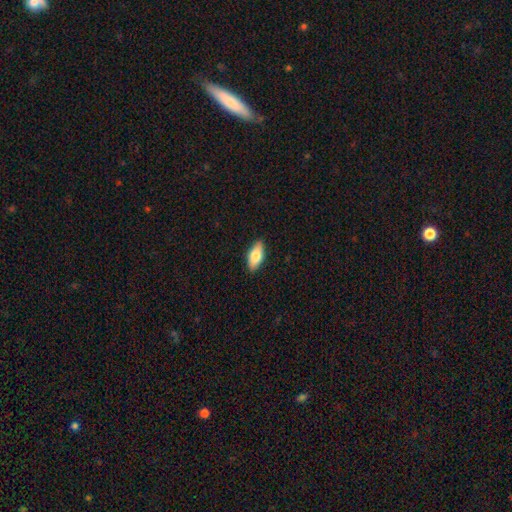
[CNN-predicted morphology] type=smooth (76%); roundness=in between (86%); merging=none (89%).